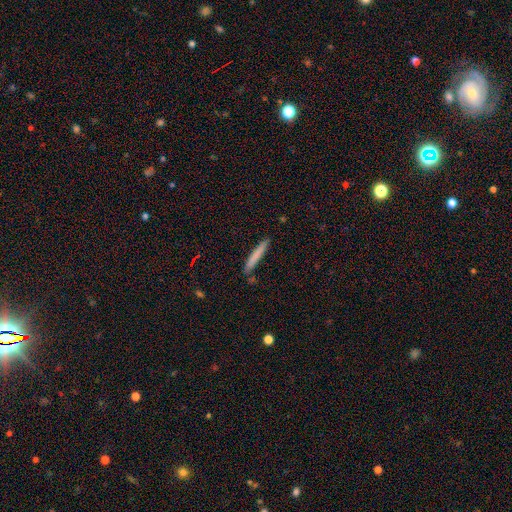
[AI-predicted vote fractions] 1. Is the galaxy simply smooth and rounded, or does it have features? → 77% smooth, 17% featured or disk, 6% star or artifact.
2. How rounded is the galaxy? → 96% cigar-shaped, 3% in between, 1% round.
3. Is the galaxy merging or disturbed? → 86% none, 10% minor disturbance, 3% merger, 2% major disturbance.